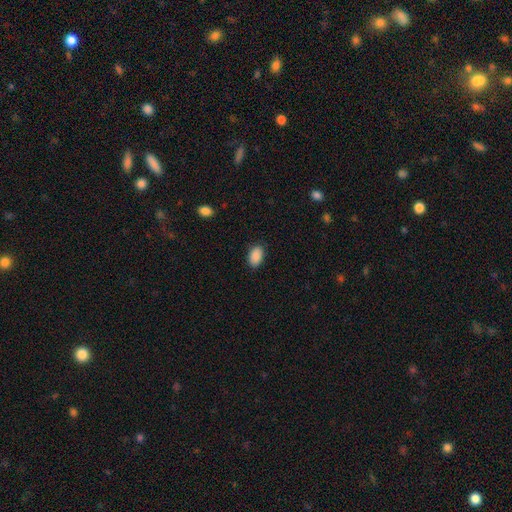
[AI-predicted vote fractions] A smooth galaxy with no disk features (90%) that is in between round and cigar-shaped (91%). Merging: none (85%).